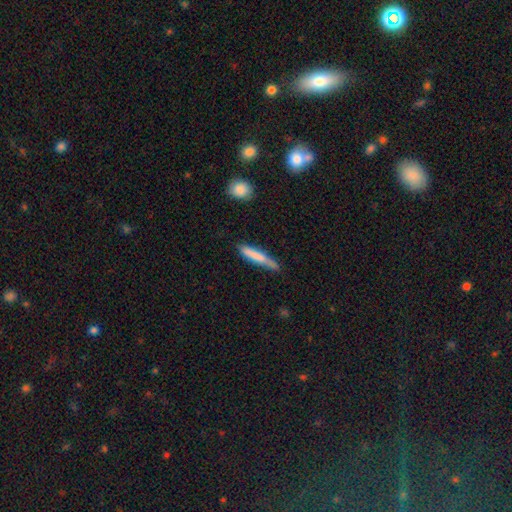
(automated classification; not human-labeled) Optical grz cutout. It shows a smooth galaxy with no disk features (75%) that is cigar-shaped (92%). Merging: none (74%).